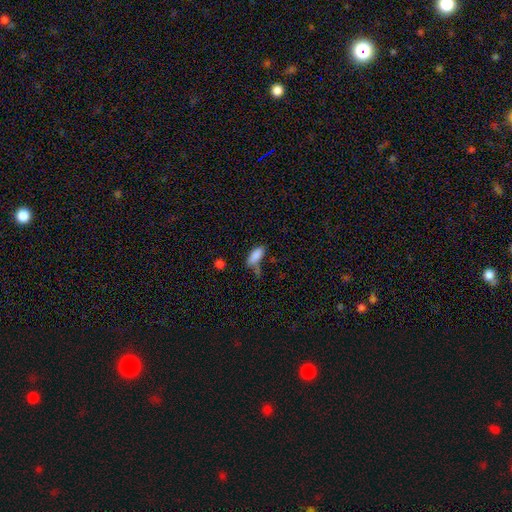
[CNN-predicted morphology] Smooth or featured? smooth (85%)
How rounded? in between (76%)
Merging? none (53%)